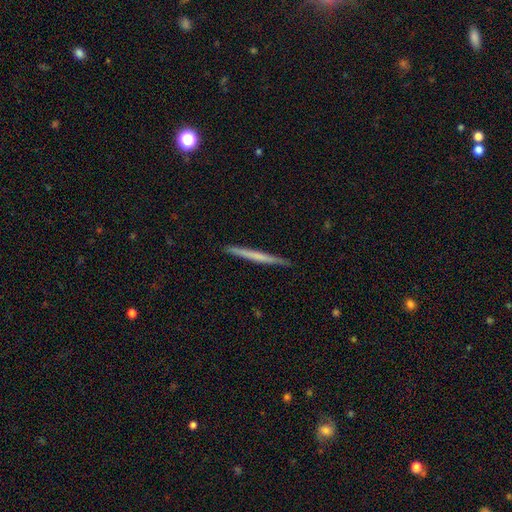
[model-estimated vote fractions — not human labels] A smooth galaxy with no disk features (50%). Merging: none (91%).